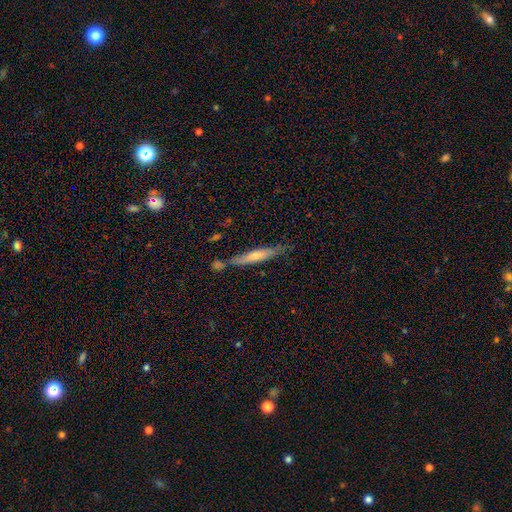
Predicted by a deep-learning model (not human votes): This is possibly a featured or disk galaxy (51%). It is clearly viewed edge-on (92%). Merging: likely none (72%).